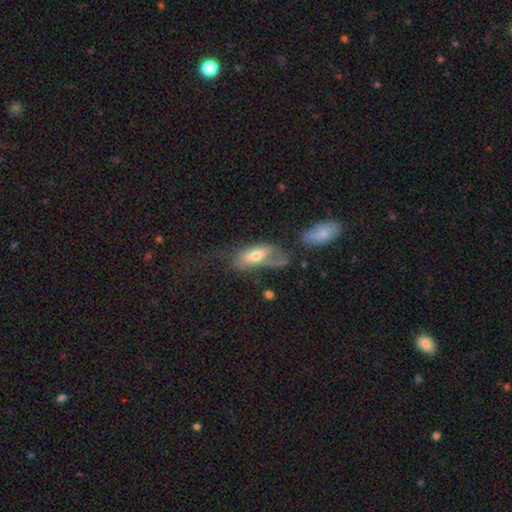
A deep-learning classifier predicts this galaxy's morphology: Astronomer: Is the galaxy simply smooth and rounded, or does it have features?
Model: smooth — 57% (runner-up: featured or disk, 35%).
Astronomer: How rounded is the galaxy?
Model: in between — 84%.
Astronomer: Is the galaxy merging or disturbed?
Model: major disturbance — 47%.